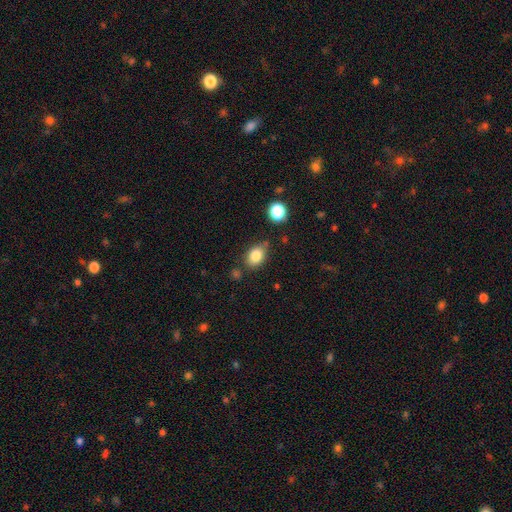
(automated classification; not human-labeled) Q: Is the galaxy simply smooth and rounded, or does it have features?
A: smooth — 83%.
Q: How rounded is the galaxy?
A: in between — 77%.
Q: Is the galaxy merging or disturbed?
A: none — 71%.